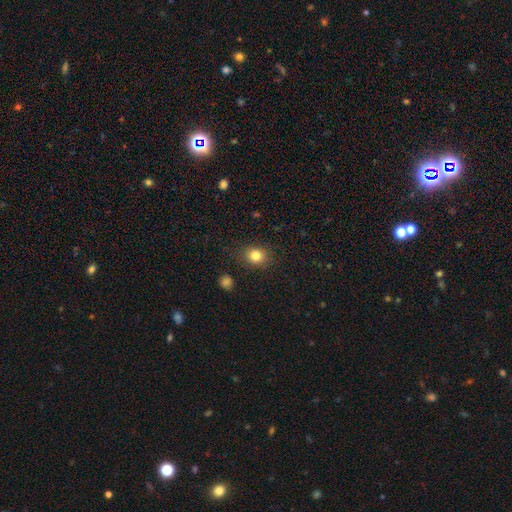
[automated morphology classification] smooth 82%, star or artifact 12%, featured or disk 6%. Down the decision tree: how rounded — round (71%); merging — none (85%).